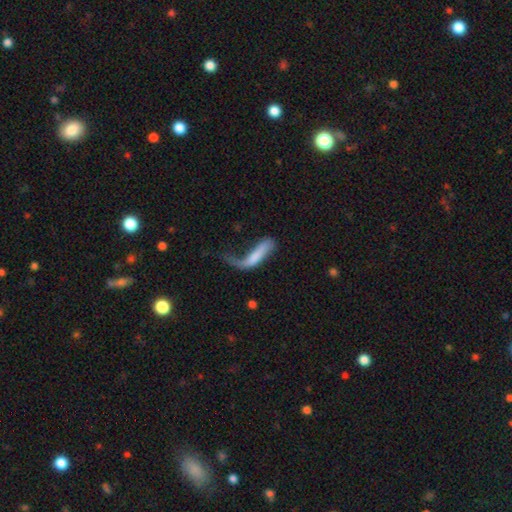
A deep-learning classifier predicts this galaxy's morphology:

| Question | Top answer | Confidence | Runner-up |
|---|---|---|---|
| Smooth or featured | smooth | 62% | featured or disk (31%) |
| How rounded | cigar-shaped | 69% | in between (28%) |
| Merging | major disturbance | 52% | none (22%) |